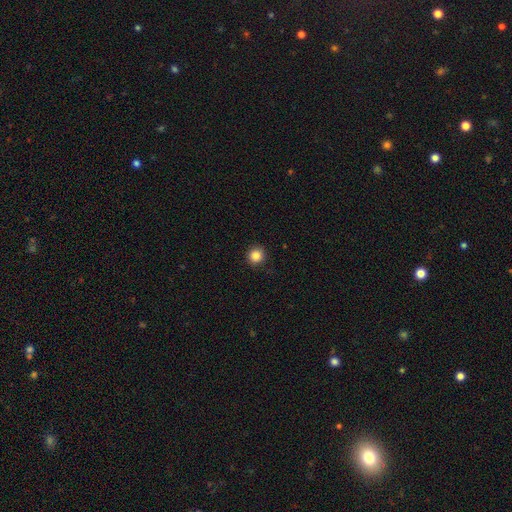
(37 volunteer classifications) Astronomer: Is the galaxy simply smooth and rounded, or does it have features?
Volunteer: smooth — 97%.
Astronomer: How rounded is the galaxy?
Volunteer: round — 94%.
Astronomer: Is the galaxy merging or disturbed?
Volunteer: none — 94%.